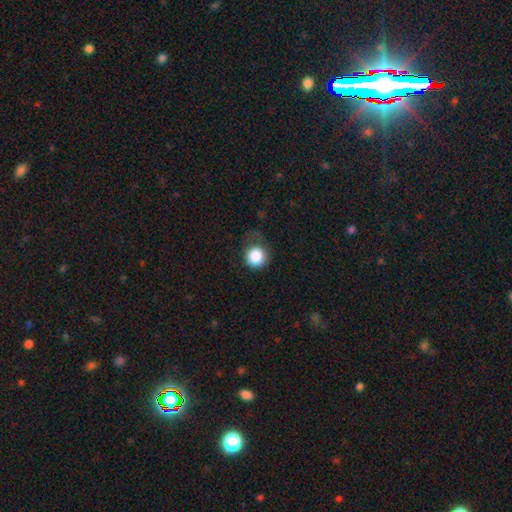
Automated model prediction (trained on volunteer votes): Smooth or featured? Predicted: smooth (p=0.86). How rounded? Predicted: round (p=0.90). Merging? Predicted: none (p=0.54).